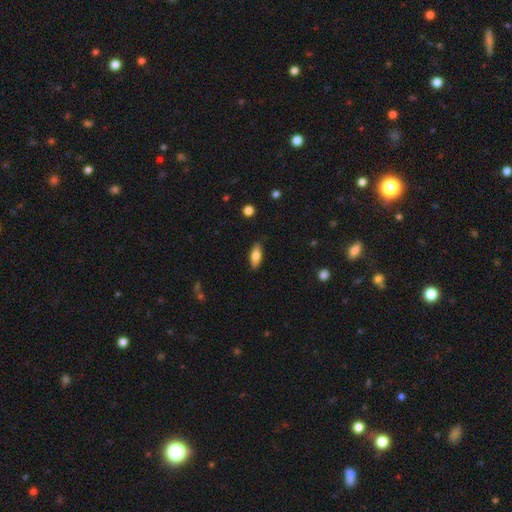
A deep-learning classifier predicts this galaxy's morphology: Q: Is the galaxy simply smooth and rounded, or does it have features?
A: smooth — 74%.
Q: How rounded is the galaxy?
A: in between — 76%.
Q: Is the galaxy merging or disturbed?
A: none — 86%.